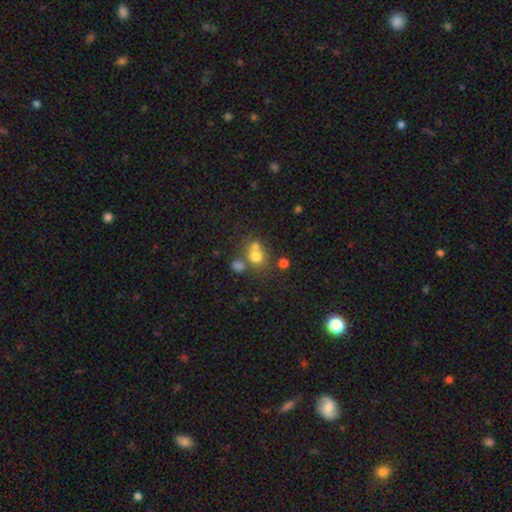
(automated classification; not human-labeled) smooth_or_featured: smooth (p=0.71) [alt: star or artifact p=0.16]
how_rounded: round (p=0.77) [alt: in between p=0.22]
merging: none (p=0.47) [alt: merger p=0.40]